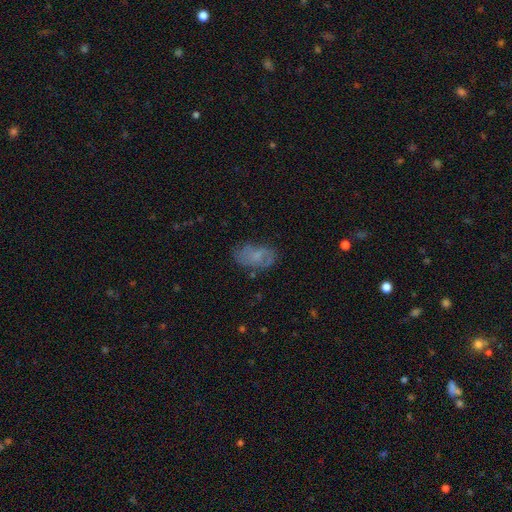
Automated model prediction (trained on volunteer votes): A smooth galaxy with no disk features (51%) that is in between round and cigar-shaped (90%). Merging: none (64%).